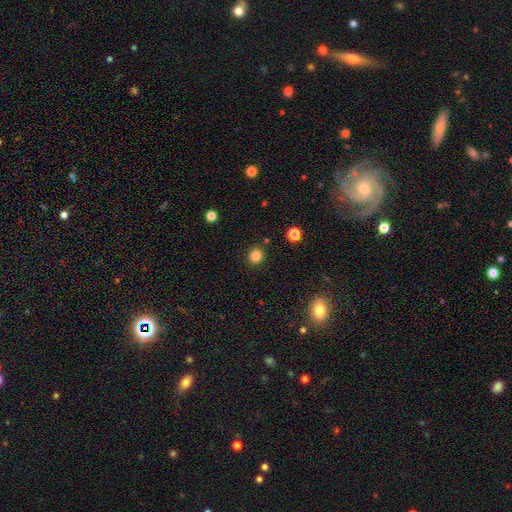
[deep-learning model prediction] This is clearly a smooth galaxy (84%). How rounded: clearly round (85%). Merging: clearly none (89%).